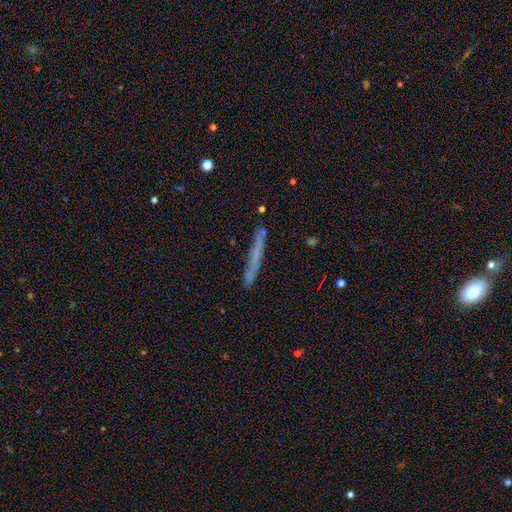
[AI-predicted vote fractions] Smooth or featured: smooth — 56% (featured or disk — 34%)
How rounded: cigar-shaped — 96% (in between — 2%)
Merging: none — 85% (minor disturbance — 11%)